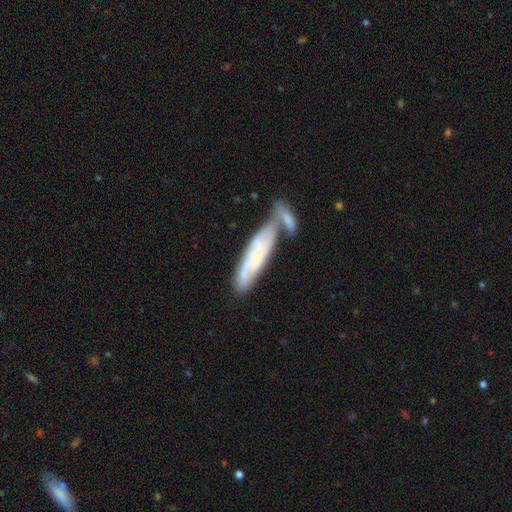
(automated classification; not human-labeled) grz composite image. It shows a featured or disk galaxy (49%). Merging: merger (43%).